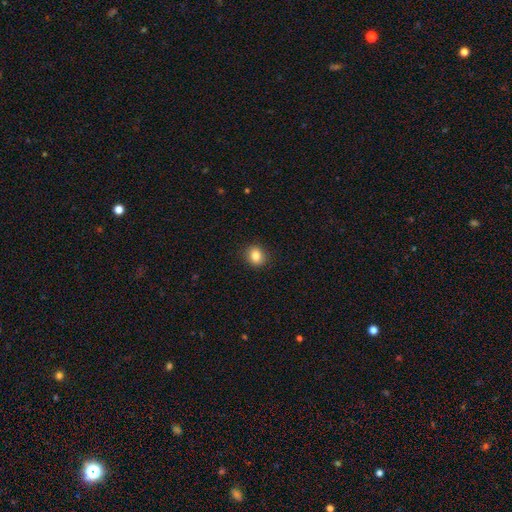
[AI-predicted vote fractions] Smooth or featured? smooth (84%)
How rounded? round (70%)
Merging? none (90%)